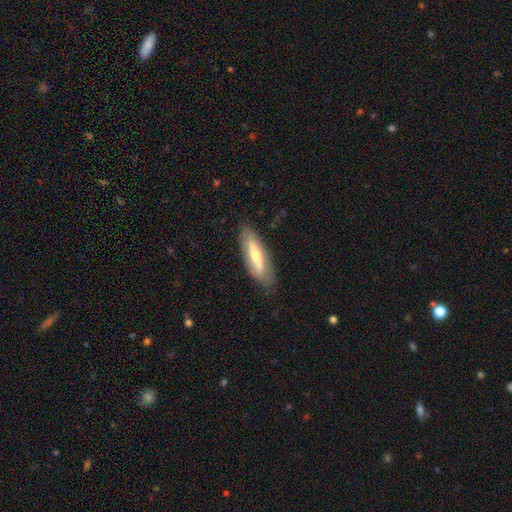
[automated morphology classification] Overall: smooth (48%; featured or disk 46%). Merging: none (80%).